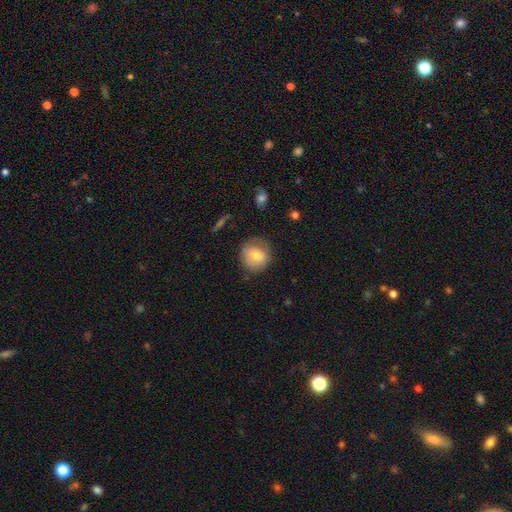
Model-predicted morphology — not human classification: Smooth or featured? Predicted: smooth (p=0.71). How rounded? Predicted: round (p=0.83). Merging? Predicted: none (p=0.68).